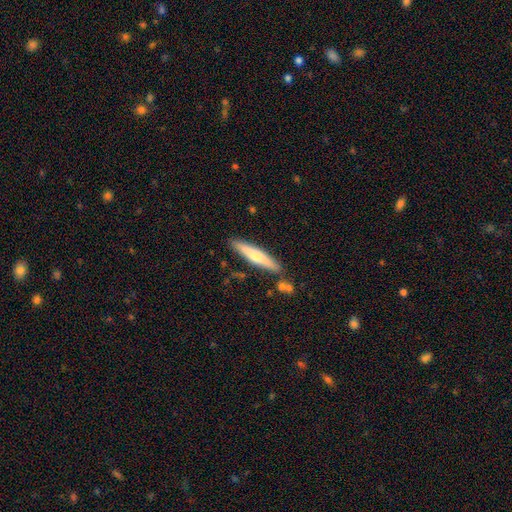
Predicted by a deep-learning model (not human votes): Smooth or featured? smooth (59%)
How rounded? cigar-shaped (88%)
Merging? none (84%)